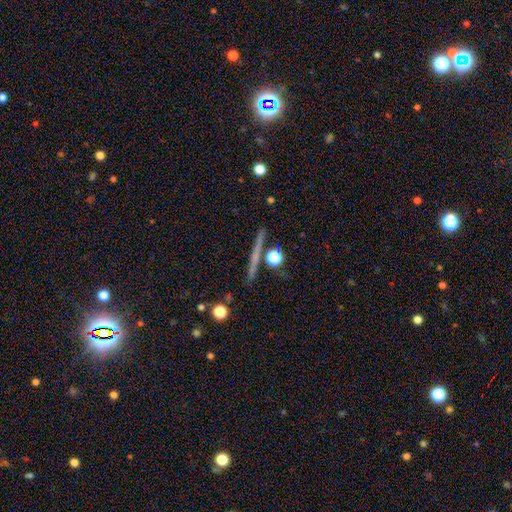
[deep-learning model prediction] Q: Smooth or featured?
A: featured or disk (50%); runner-up: smooth (38%)
Q: Edge-on disk?
A: yes (96%); runner-up: no (4%)
Q: Merging?
A: none (88%); runner-up: minor disturbance (7%)